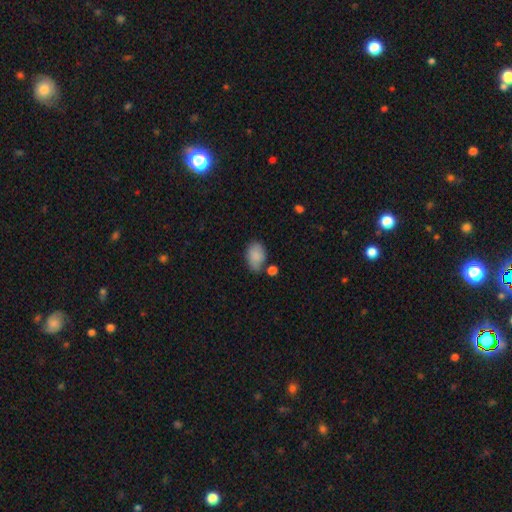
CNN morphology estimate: smooth_or_featured: smooth (p=0.85) [alt: star or artifact p=0.08]
how_rounded: in between (p=0.81) [alt: round p=0.18]
merging: none (p=0.54) [alt: minor disturbance p=0.25]